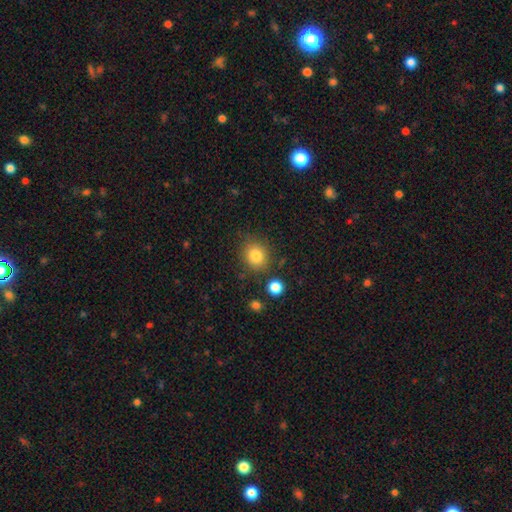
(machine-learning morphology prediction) Overall: smooth (83%). How rounded: round (76%). Merging: none (82%).